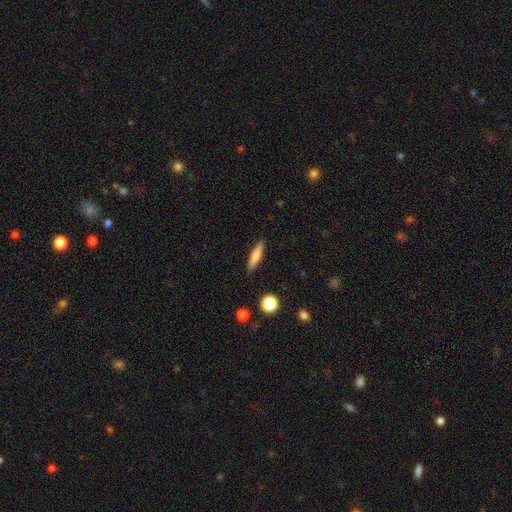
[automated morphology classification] Overall: smooth (65%; featured or disk 27%). How rounded: cigar-shaped (82%). Merging: none (89%).